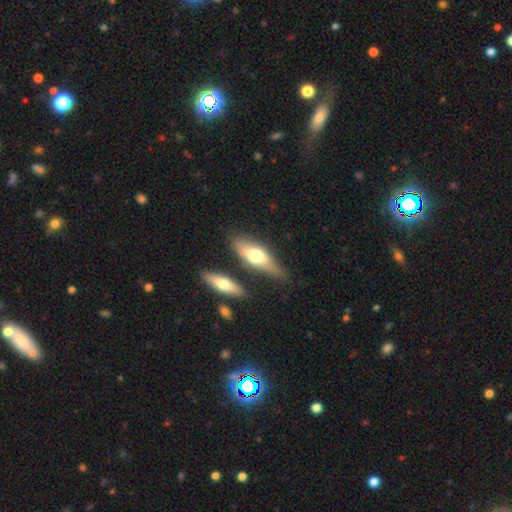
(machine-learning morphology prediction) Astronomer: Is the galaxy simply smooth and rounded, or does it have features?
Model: smooth — 53% (runner-up: featured or disk, 41%).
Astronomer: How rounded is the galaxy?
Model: in between — 57% (runner-up: cigar-shaped, 40%).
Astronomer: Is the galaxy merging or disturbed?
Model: none — 71%.